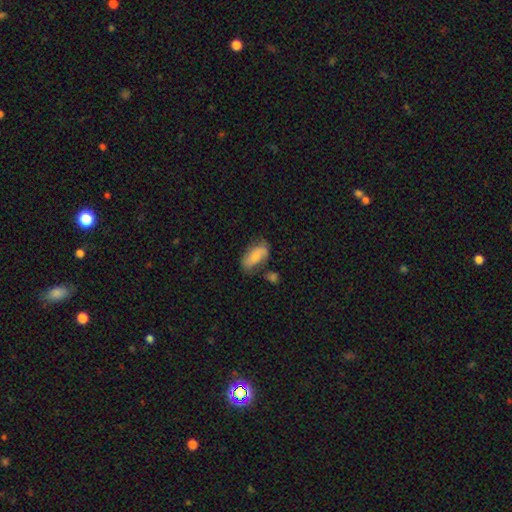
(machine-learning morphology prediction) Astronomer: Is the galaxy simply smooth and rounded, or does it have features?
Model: smooth — 64%.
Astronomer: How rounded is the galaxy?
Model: in between — 90%.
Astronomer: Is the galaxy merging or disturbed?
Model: none — 51% (runner-up: minor disturbance, 27%).